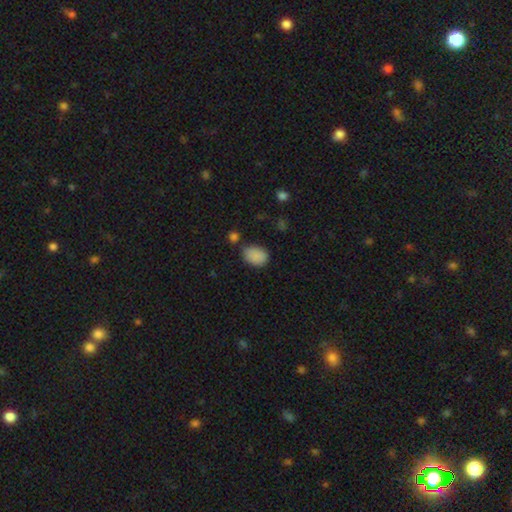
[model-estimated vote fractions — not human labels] Morphology: type=smooth (88%); roundness=in between (79%); merging=none (73%).